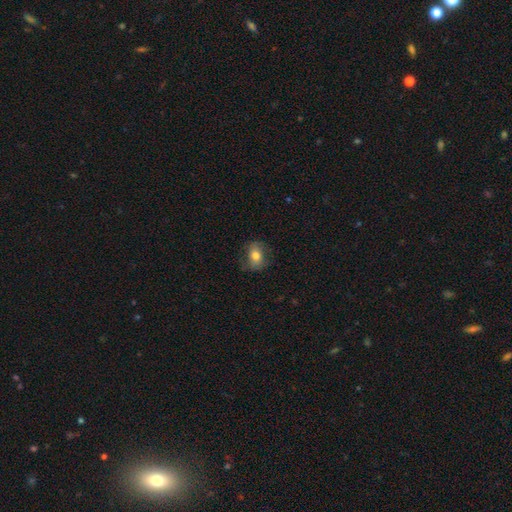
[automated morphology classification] smooth_or_featured: smooth (p=0.65) [alt: featured or disk p=0.27]
how_rounded: in between (p=0.63) [alt: round p=0.35]
merging: none (p=0.71) [alt: minor disturbance p=0.19]